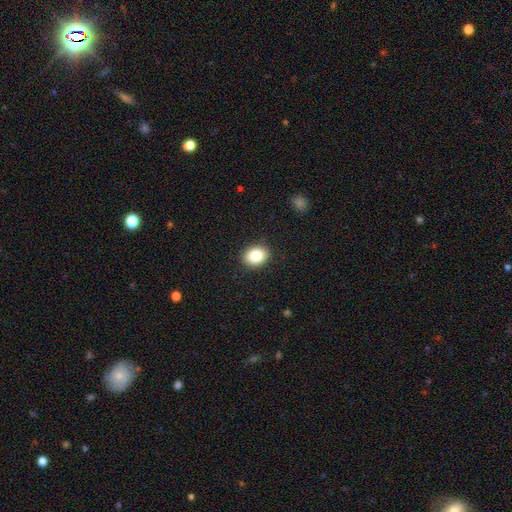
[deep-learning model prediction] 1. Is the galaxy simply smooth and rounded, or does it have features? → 85% smooth, 9% star or artifact, 7% featured or disk.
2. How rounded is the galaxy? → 54% in between, 46% round, 1% cigar-shaped.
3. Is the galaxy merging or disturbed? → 89% none, 8% minor disturbance, 2% major disturbance, 1% merger.